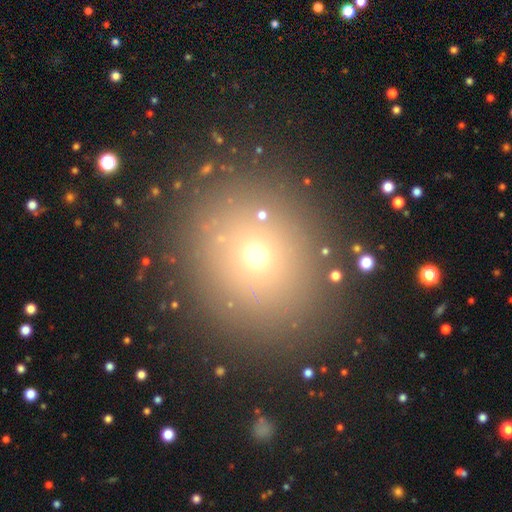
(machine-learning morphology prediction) Smooth or featured: smooth — 64% (star or artifact — 26%)
How rounded: round — 77% (in between — 22%)
Merging: none — 86% (minor disturbance — 7%)